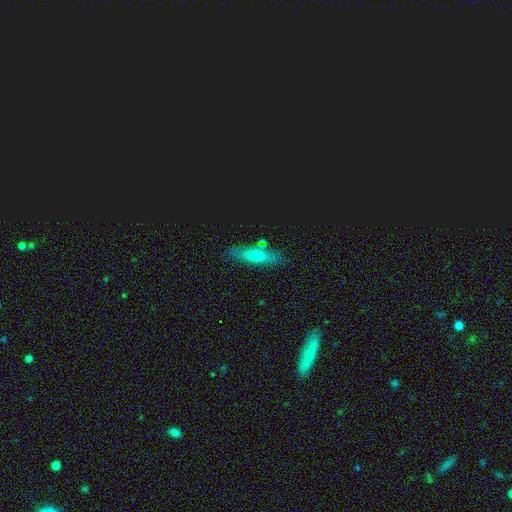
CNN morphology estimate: Smooth or featured: smooth — 57% (featured or disk — 26%)
How rounded: in between — 48% (cigar-shaped — 47%)
Merging: none — 81% (minor disturbance — 12%)